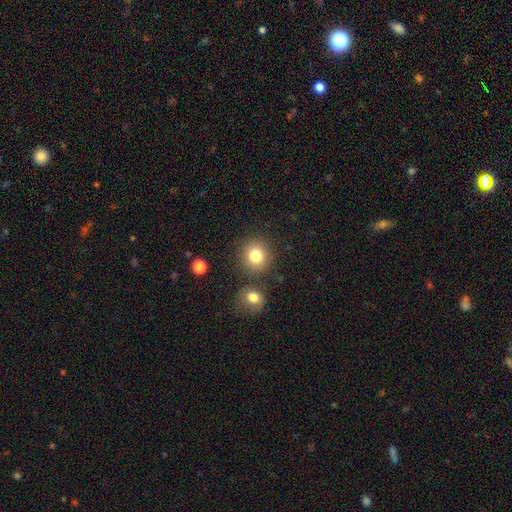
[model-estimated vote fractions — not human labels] smooth_or_featured: smooth (p=0.80) [alt: star or artifact p=0.11]
how_rounded: round (p=0.90) [alt: in between p=0.09]
merging: none (p=0.81) [alt: merger p=0.08]